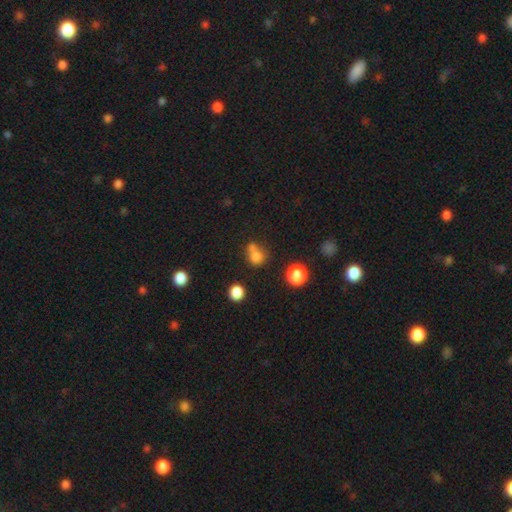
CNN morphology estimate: Smooth or featured? smooth (74%)
How rounded? round (74%)
Merging? merger (45%)